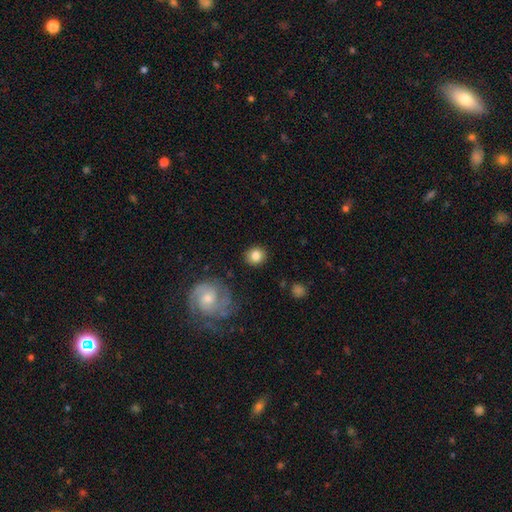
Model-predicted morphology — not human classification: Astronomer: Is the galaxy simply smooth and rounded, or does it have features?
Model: smooth — 84%.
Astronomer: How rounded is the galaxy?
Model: round — 87%.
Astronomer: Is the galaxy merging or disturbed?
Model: none — 89%.